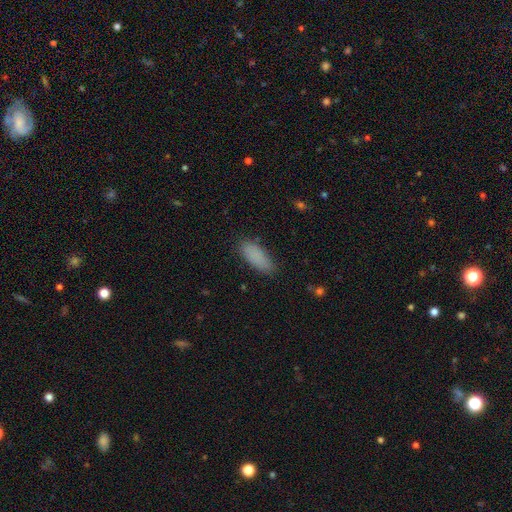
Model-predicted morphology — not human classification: Overall: smooth (88%). How rounded: in between (75%). Merging: none (83%).